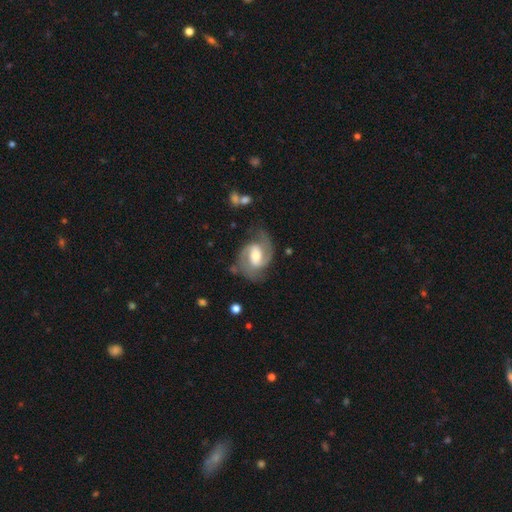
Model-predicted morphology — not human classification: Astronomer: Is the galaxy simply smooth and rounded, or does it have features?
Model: featured or disk — 86%.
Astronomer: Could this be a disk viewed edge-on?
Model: no — 97%.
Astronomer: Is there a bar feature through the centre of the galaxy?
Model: weak — 49% (runner-up: strong, 29%).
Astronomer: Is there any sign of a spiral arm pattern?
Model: yes — 95%.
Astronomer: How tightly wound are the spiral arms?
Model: medium — 56%.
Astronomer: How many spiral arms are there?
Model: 2 — 90%.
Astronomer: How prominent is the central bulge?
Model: moderate — 63%.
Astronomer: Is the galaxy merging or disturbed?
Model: none — 71%.